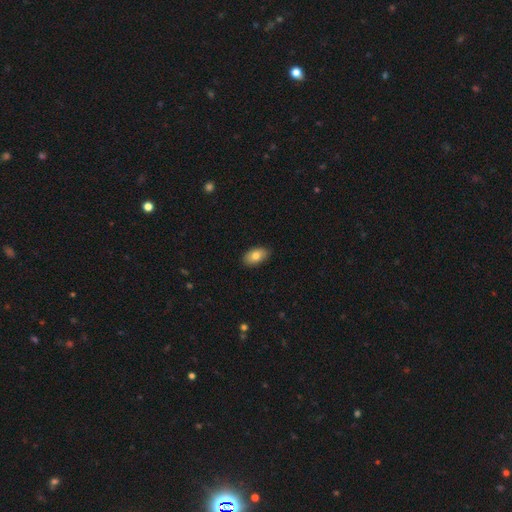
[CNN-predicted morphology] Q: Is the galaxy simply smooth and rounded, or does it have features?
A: smooth — 79%.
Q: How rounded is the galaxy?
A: in between — 91%.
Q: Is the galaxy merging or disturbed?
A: none — 87%.